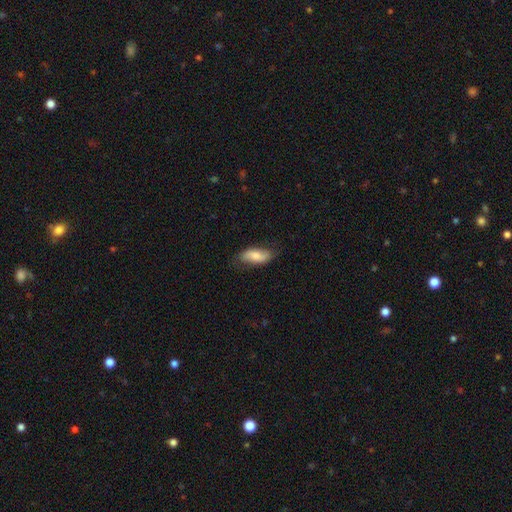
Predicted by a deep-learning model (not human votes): smooth-or-featured: smooth: 69% | featured or disk: 25% | star or artifact: 6%
  how-rounded: in between: 82% | cigar-shaped: 15% | round: 3%
  merging: none: 73% | minor disturbance: 21% | major disturbance: 5% | merger: 1%